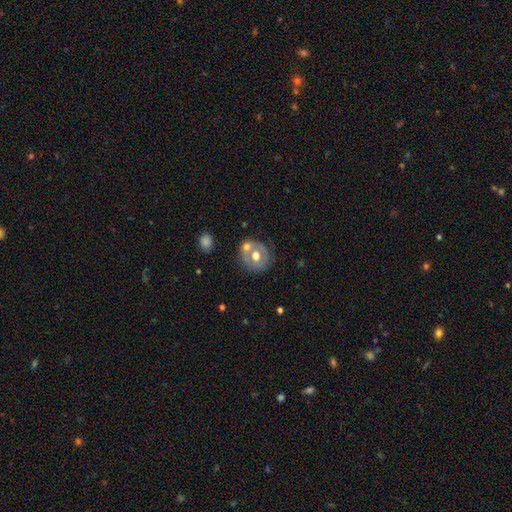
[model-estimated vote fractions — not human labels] Smooth or featured: smooth — 46% (tied with featured or disk — 46%)
Merging: none — 56% (merger — 25%)